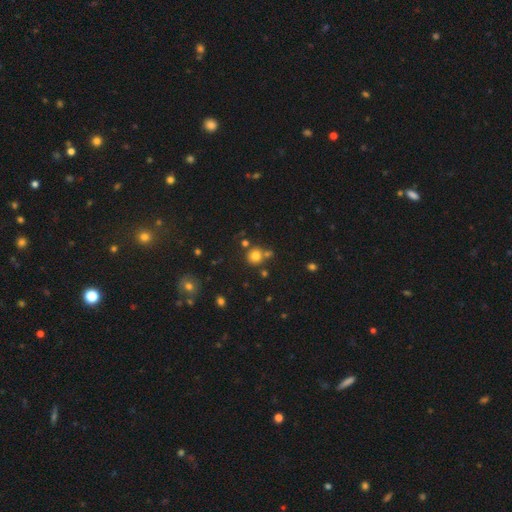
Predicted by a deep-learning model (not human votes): smooth 77%, star or artifact 16%, featured or disk 8%. Down the decision tree: how rounded — round (90%); merging — none (70%).